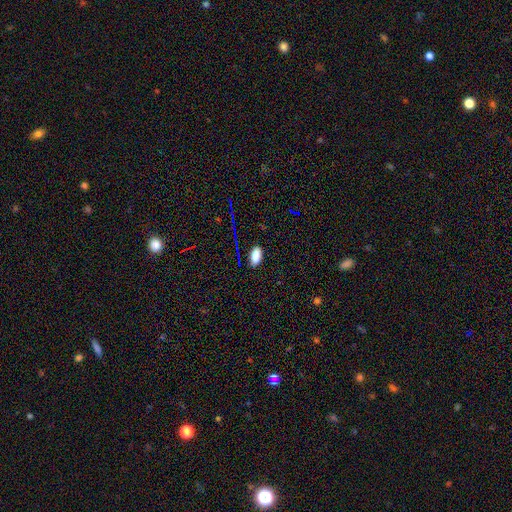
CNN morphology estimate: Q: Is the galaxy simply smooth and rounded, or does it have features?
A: smooth — 85%.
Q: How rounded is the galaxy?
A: in between — 92%.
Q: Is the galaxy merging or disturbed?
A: none — 85%.